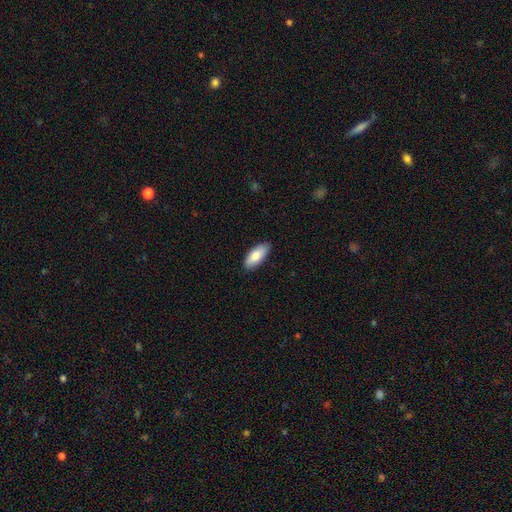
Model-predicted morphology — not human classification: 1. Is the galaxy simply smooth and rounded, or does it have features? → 83% smooth, 12% featured or disk, 6% star or artifact.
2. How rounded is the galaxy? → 86% in between, 12% cigar-shaped, 2% round.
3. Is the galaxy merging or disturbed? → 87% none, 10% minor disturbance, 2% major disturbance, 1% merger.